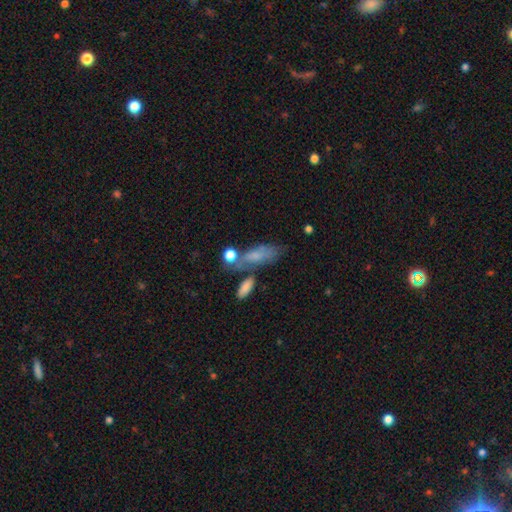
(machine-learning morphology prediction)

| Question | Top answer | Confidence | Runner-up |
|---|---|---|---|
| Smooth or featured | smooth | 61% | featured or disk (28%) |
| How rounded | in between | 64% | cigar-shaped (29%) |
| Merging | none | 42% | merger (26%) |